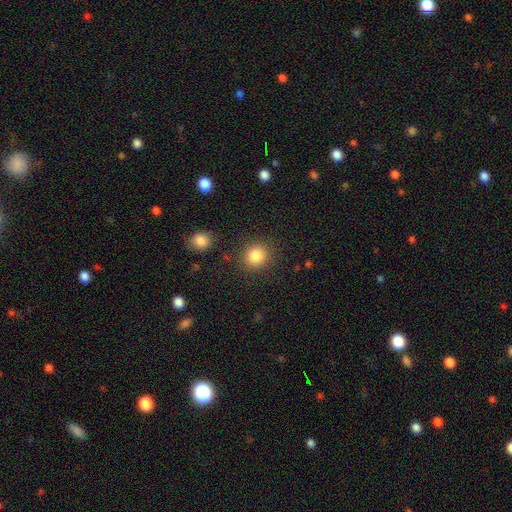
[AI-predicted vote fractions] This appears to be a smooth galaxy with no disk features (85%) that is round (84%). Merging: none (86%).